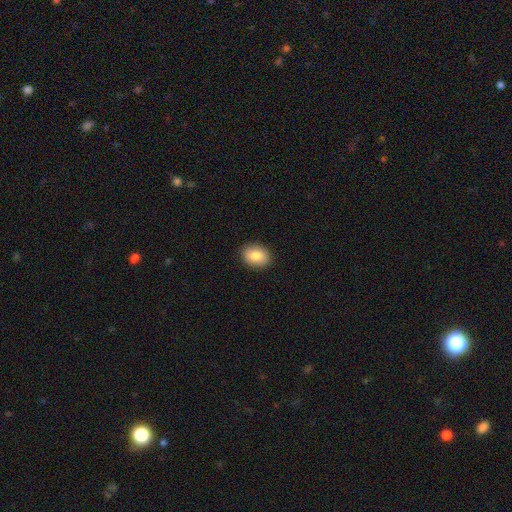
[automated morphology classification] This is clearly a smooth galaxy (85%). How rounded: likely in between (67%). Merging: clearly none (90%).